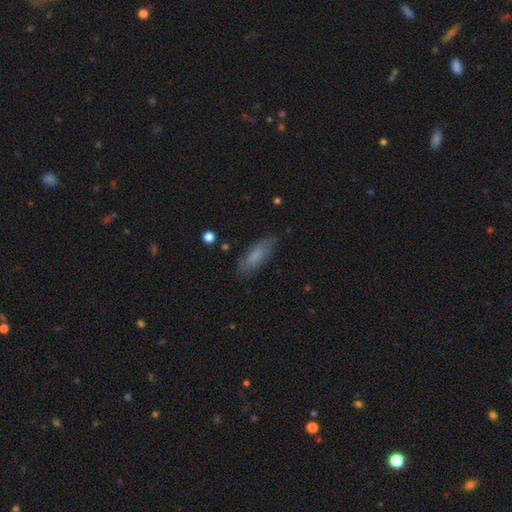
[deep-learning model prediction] Smooth or featured? smooth (74%)
How rounded? in between (61%)
Merging? none (79%)